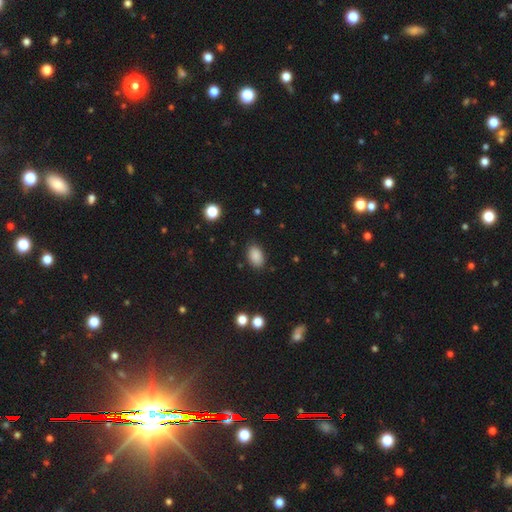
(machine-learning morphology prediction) A smooth galaxy with no disk features (87%) that is in between round and cigar-shaped (90%).

Vote fractions:
- Smooth or featured? smooth: 87% / star or artifact: 9% / featured or disk: 4%
- How rounded? in between: 90% / round: 9% / cigar-shaped: 1%
- Merging? none: 86% / minor disturbance: 10% / major disturbance: 3% / merger: 1%